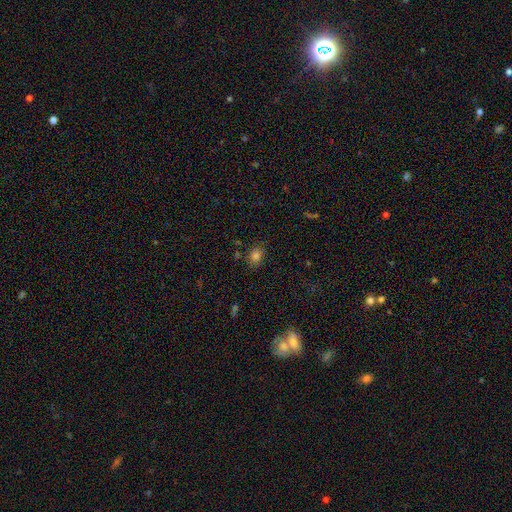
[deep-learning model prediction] Smooth or featured?
  - smooth: 78% *
  - star or artifact: 15%
  - featured or disk: 7%
How rounded?
  - in between: 56% *
  - round: 43%
  - cigar-shaped: 1%
Merging?
  - none: 78% *
  - minor disturbance: 15%
  - major disturbance: 3%
  - merger: 3%